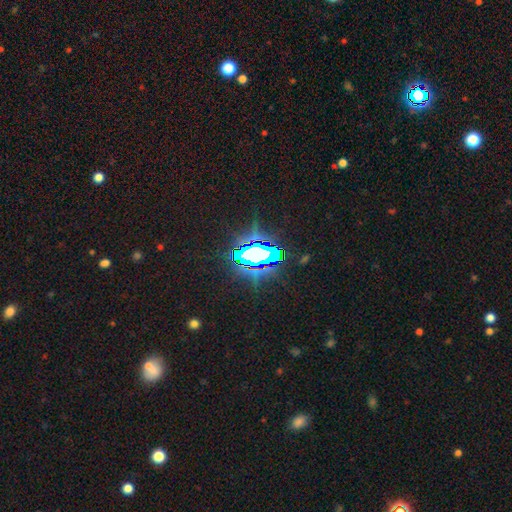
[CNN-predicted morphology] star or artifact 71%, smooth 16%, featured or disk 13%.